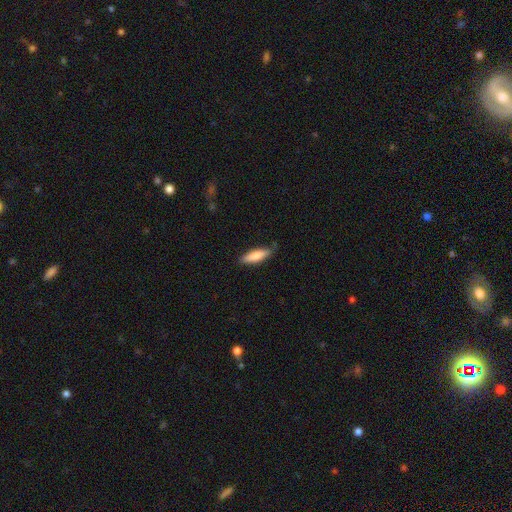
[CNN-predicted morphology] Overall: smooth (78%). How rounded: cigar-shaped (60%; in between 38%). Merging: none (81%).